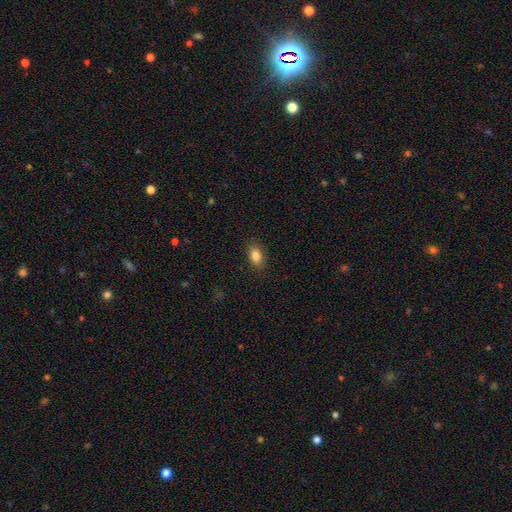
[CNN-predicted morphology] This appears to be a smooth galaxy with no disk features (86%) that is in between round and cigar-shaped (87%). Merging: none (85%).